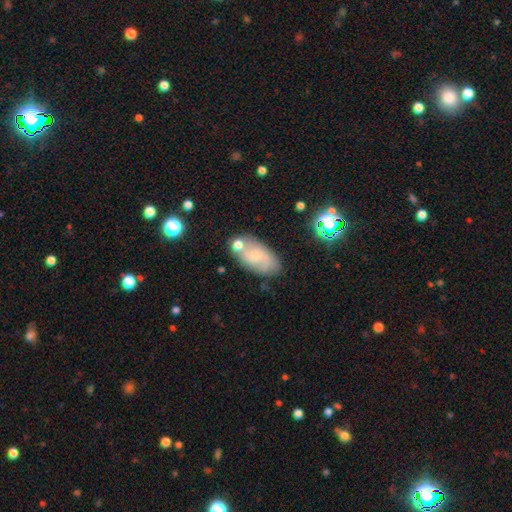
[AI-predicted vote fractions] A featured or disk galaxy (54%) with no bar (60%), spiral arms (84%) and a small central bulge (57%). Merging: none (64%).